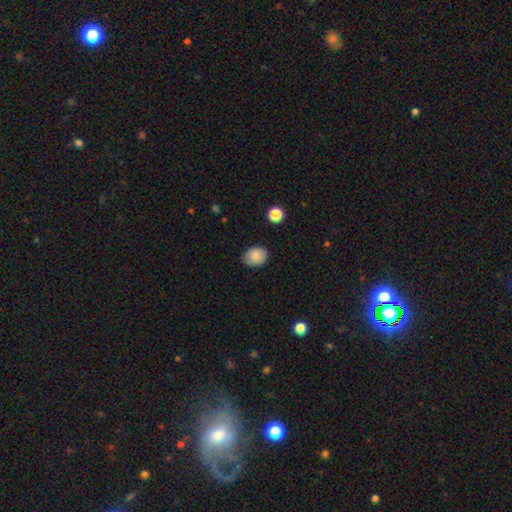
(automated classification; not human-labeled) Smooth or featured: smooth — 87% (star or artifact — 8%)
How rounded: in between — 57% (round — 42%)
Merging: none — 83% (minor disturbance — 13%)